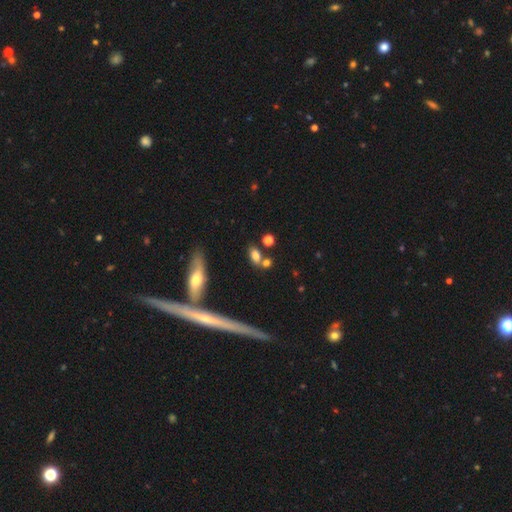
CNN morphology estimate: smooth-or-featured: smooth: 74% | featured or disk: 15% | star or artifact: 12%
  how-rounded: in between: 75% | round: 16% | cigar-shaped: 9%
  merging: none: 57% | merger: 26% | minor disturbance: 13% | major disturbance: 5%